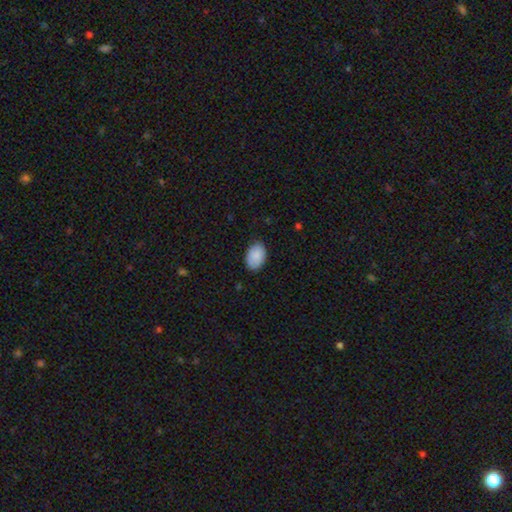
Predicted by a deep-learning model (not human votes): Smooth or featured? Predicted: smooth (p=0.89). How rounded? Predicted: in between (p=0.87). Merging? Predicted: none (p=0.84).